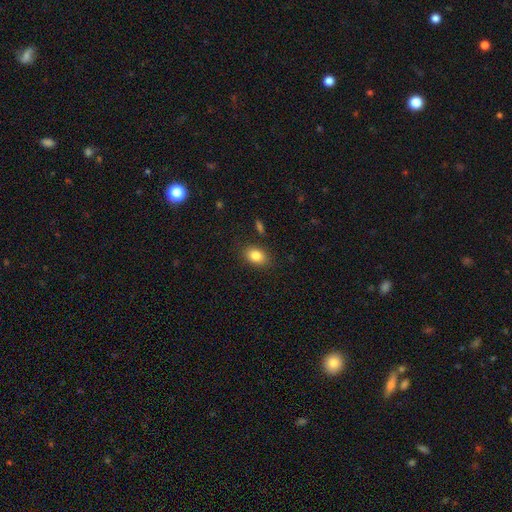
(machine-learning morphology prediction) smooth 84%, star or artifact 9%, featured or disk 7%. Down the decision tree: how rounded — in between (78%); merging — none (85%).